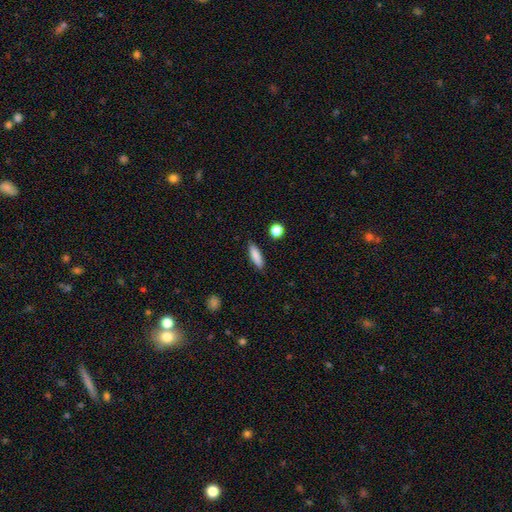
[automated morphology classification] Smooth or featured?
  - smooth: 84% *
  - featured or disk: 9%
  - star or artifact: 7%
How rounded?
  - cigar-shaped: 64% *
  - in between: 34%
  - round: 2%
Merging?
  - none: 88% *
  - minor disturbance: 9%
  - major disturbance: 2%
  - merger: 2%